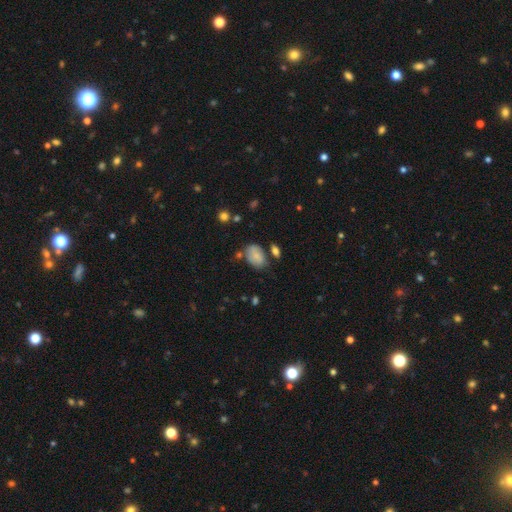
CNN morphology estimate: The model was most divided on "merging": none: 56%, minor disturbance: 25%, merger: 11%, major disturbance: 8%. More confident: how rounded — in between (84%); smooth or featured — smooth (79%).